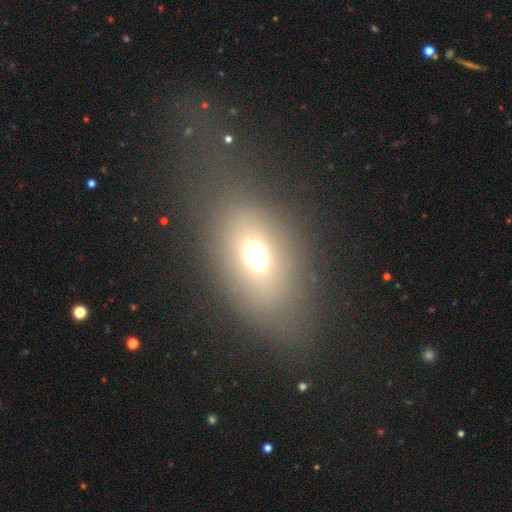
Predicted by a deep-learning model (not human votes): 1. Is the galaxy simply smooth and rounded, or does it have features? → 62% smooth, 20% star or artifact, 18% featured or disk.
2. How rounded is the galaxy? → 74% in between, 23% round, 3% cigar-shaped.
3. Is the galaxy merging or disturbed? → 57% none, 16% minor disturbance, 14% major disturbance, 13% merger.